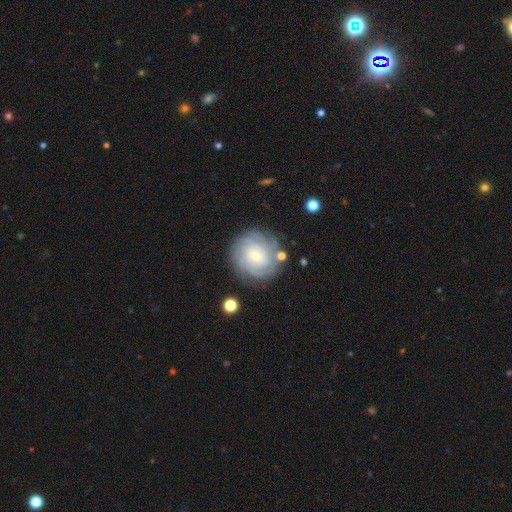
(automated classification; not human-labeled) A featured or disk galaxy (74%) with no bar (73%), tight (71%) spiral arms (93%) and a small central bulge (71%).

Vote fractions:
- Smooth or featured? featured or disk: 74% / smooth: 18% / star or artifact: 8%
- Edge-on disk? no: 97% / yes: 3%
- Bar? no: 73% / weak: 23% / strong: 4%
- Spiral arms? yes: 93% / no: 7%
- Spiral winding? tight: 71% / medium: 22% / loose: 7%
- Spiral arm count? can't tell: 36% / 4: 23% / more than 4: 14% / 3: 13% / 2: 8% / 1: 6%
- Bulge size? small: 71% / moderate: 22% / large: 3% / none: 2% / dominant: 1%
- Merging? none: 78% / minor disturbance: 13% / major disturbance: 5% / merger: 3%